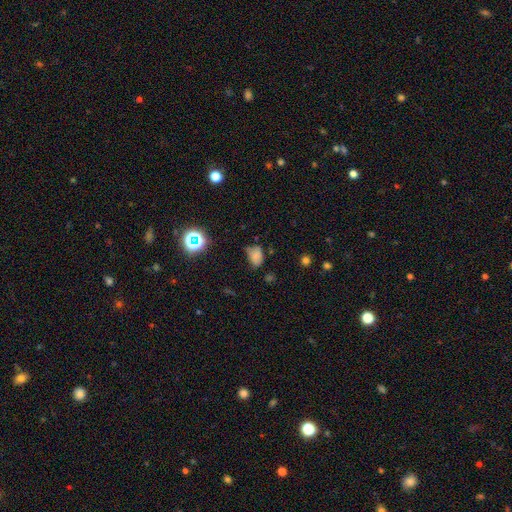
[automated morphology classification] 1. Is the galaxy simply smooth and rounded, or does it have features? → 73% smooth, 18% star or artifact, 9% featured or disk.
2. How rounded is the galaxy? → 77% in between, 21% round, 1% cigar-shaped.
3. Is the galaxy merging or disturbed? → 49% none, 37% minor disturbance, 11% major disturbance, 4% merger.